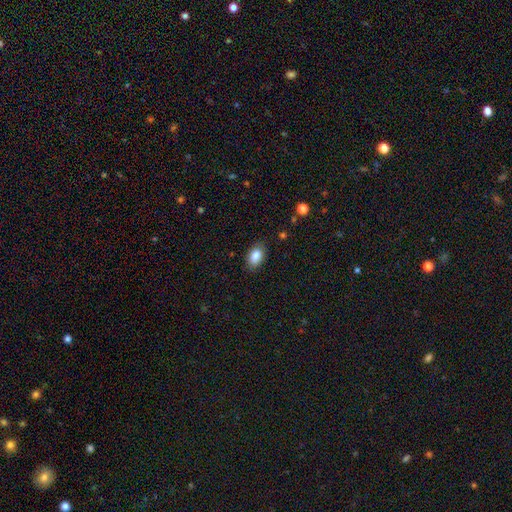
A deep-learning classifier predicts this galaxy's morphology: A smooth galaxy with no disk features (86%) that is in between round and cigar-shaped (90%). Merging: none (84%).